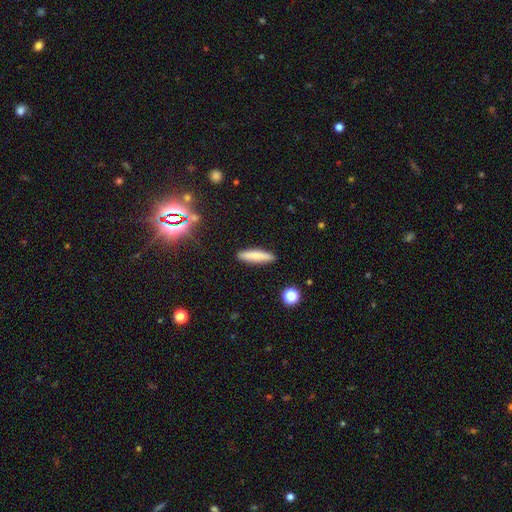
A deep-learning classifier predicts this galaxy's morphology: Q: Smooth or featured?
A: smooth (80%); runner-up: featured or disk (12%)
Q: How rounded?
A: cigar-shaped (84%); runner-up: in between (15%)
Q: Merging?
A: none (90%); runner-up: minor disturbance (7%)